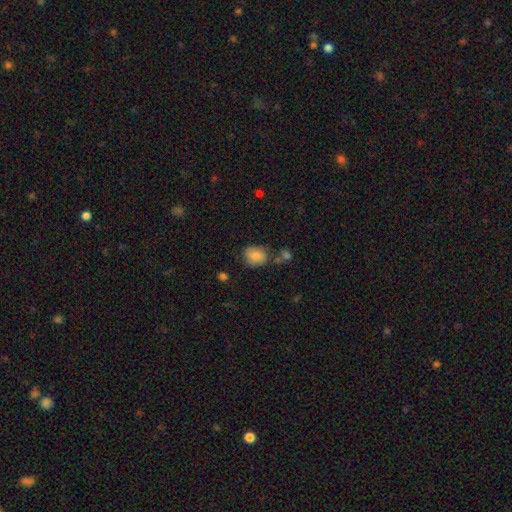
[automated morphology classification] This appears to be a smooth galaxy with no disk features (81%) that is round (52%). Merging: none (66%).